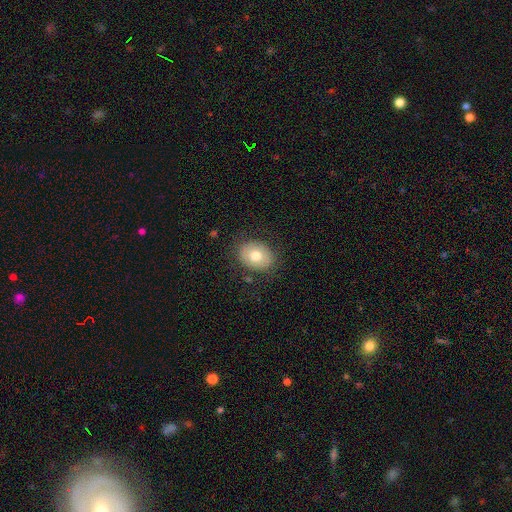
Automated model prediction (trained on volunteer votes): Smooth or featured: smooth — 74% (featured or disk — 18%)
How rounded: in between — 52% (round — 47%)
Merging: none — 84% (minor disturbance — 11%)